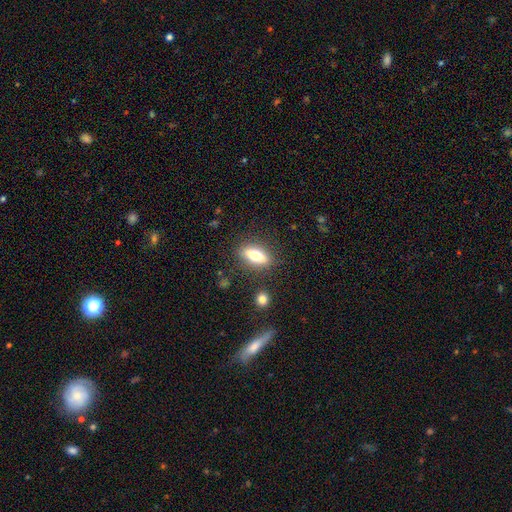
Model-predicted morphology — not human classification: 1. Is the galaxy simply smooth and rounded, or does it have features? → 63% smooth, 29% featured or disk, 8% star or artifact.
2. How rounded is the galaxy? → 64% in between, 31% cigar-shaped, 5% round.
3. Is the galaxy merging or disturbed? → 85% none, 10% minor disturbance, 3% major disturbance, 2% merger.